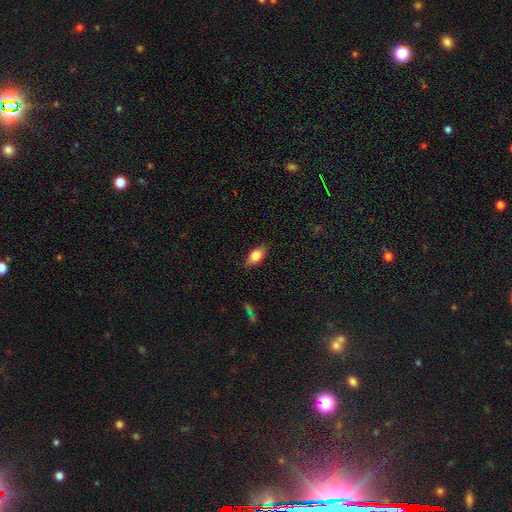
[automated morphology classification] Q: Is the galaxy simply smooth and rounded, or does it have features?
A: smooth — 80%.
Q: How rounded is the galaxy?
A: in between — 87%.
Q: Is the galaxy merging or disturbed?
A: none — 82%.